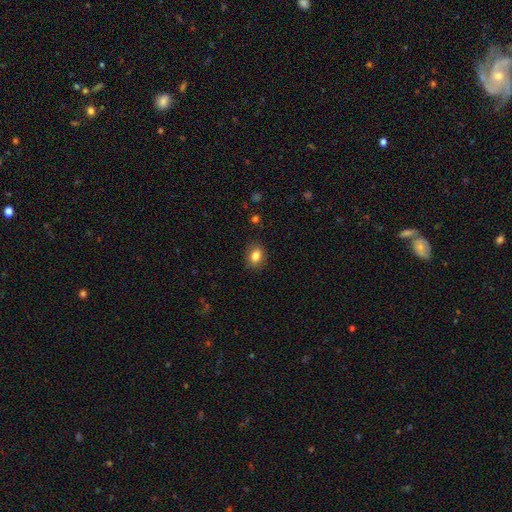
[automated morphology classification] smooth_or_featured: smooth (p=0.84) [alt: star or artifact p=0.09]
how_rounded: in between (p=0.64) [alt: round p=0.35]
merging: none (p=0.86) [alt: minor disturbance p=0.10]